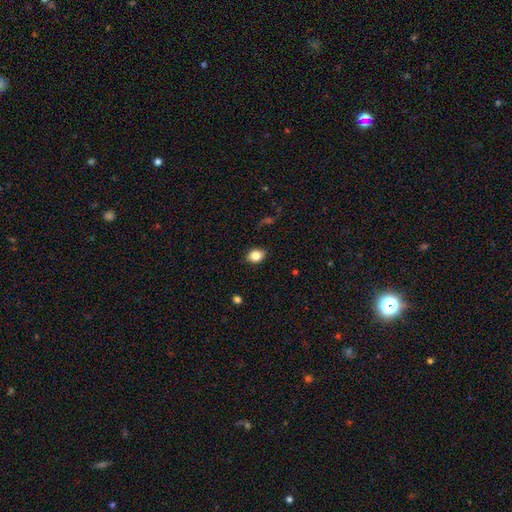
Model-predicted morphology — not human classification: smooth 81%, star or artifact 9%, featured or disk 9%. Down the decision tree: how rounded — in between (59%); merging — none (83%).